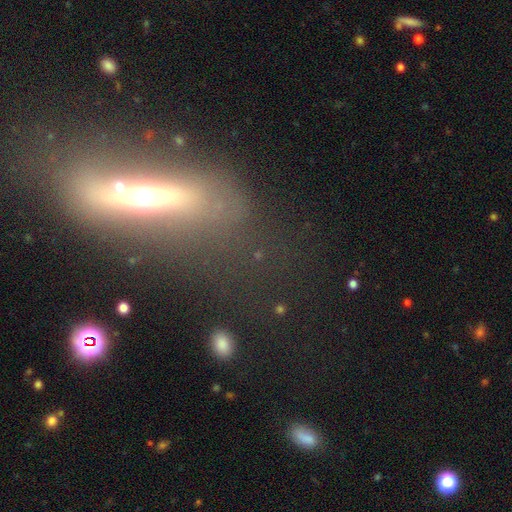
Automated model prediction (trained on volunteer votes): Smooth or featured: featured or disk — 54% (smooth — 31%)
Edge-on disk: yes — 64% (no — 36%)
Merging: none — 49% (major disturbance — 23%)